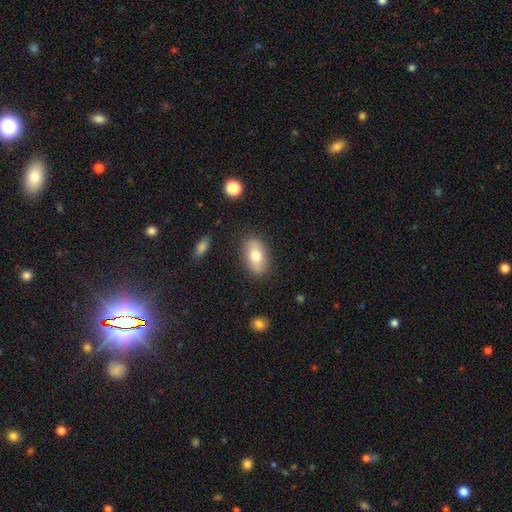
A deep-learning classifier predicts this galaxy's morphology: Smooth or featured? smooth (71%)
How rounded? in between (91%)
Merging? none (83%)